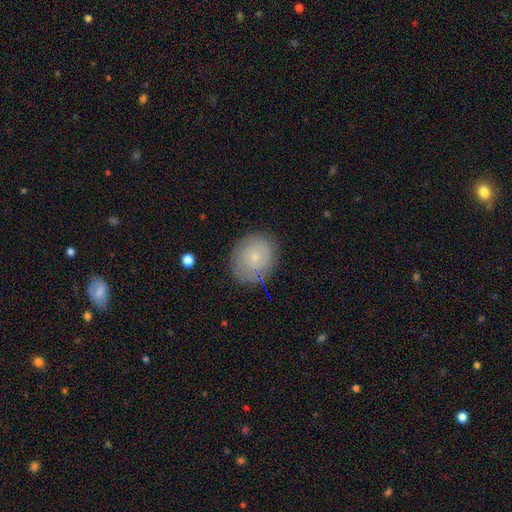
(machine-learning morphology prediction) Smooth or featured? Predicted: smooth (p=0.60). How rounded? Predicted: round (p=0.72). Merging? Predicted: none (p=0.78).